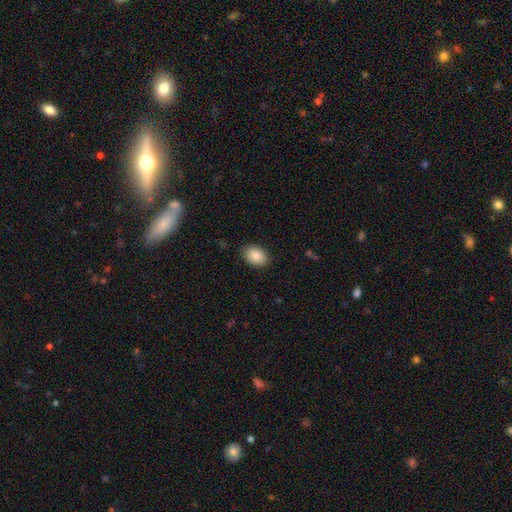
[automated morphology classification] Smooth or featured?
  - smooth: 88% *
  - star or artifact: 7%
  - featured or disk: 5%
How rounded?
  - in between: 81% *
  - round: 18%
  - cigar-shaped: 1%
Merging?
  - none: 88% *
  - minor disturbance: 9%
  - major disturbance: 2%
  - merger: 1%